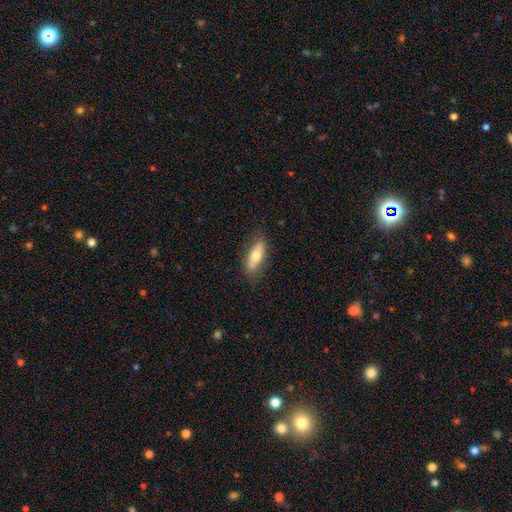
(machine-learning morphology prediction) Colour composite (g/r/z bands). It shows a smooth galaxy with no disk features (62%) that is in between round and cigar-shaped (58%). Merging: none (80%).